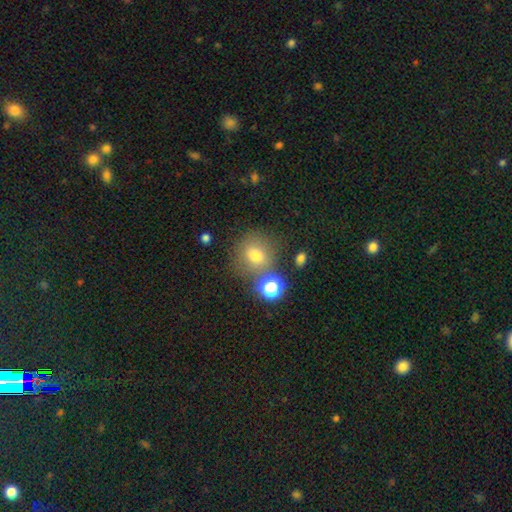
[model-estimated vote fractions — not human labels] Smooth or featured? smooth (72%)
How rounded? round (81%)
Merging? none (70%)